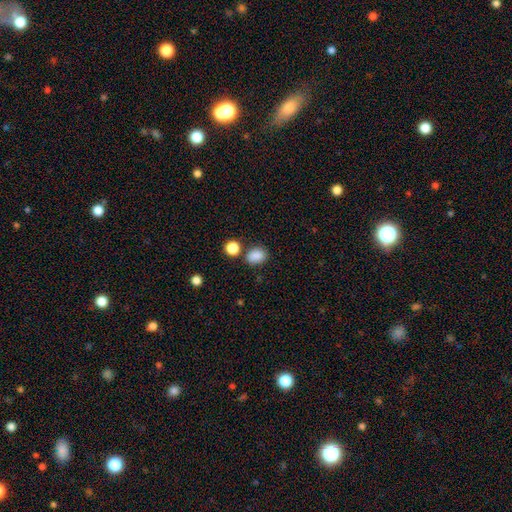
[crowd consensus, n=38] This appears to be a smooth galaxy with no disk features (92%) that is in between round and cigar-shaped (57%). Merging: none (81%).